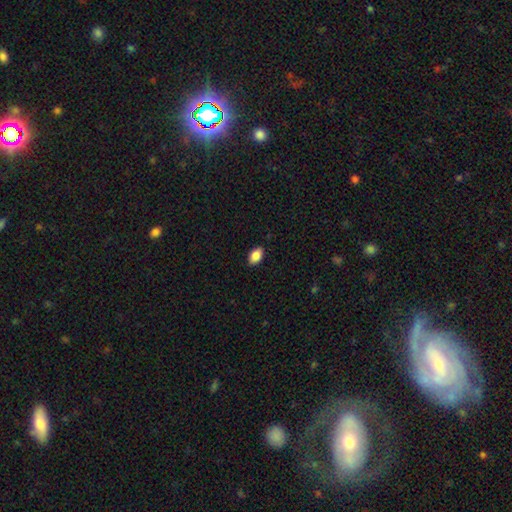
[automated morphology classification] type=smooth (87%); roundness=in between (90%); merging=none (88%).